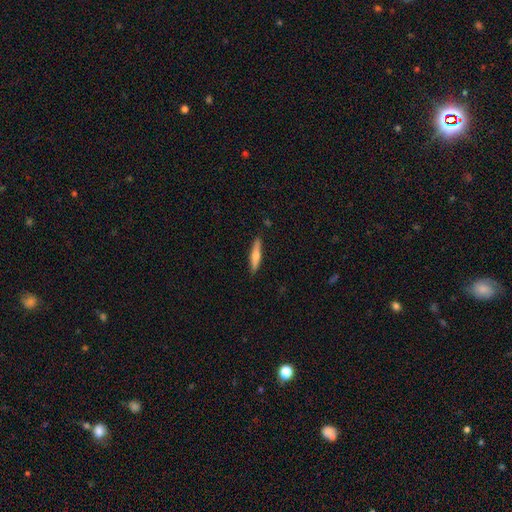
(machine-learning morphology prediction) This is possibly a smooth galaxy (55%). How rounded: clearly cigar-shaped (87%). Merging: clearly none (89%).